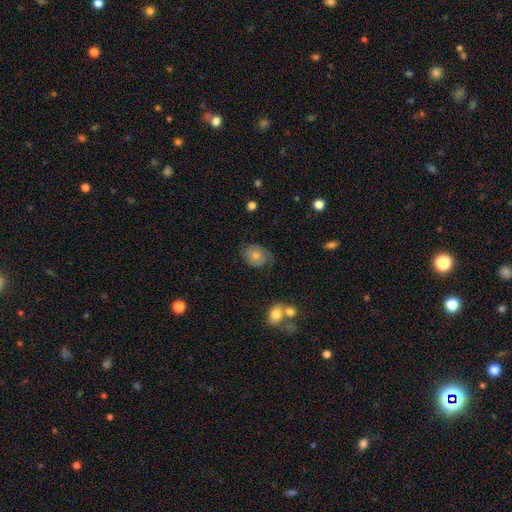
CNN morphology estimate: Smooth or featured? smooth (55%)
How rounded? round (53%)
Merging? none (57%)